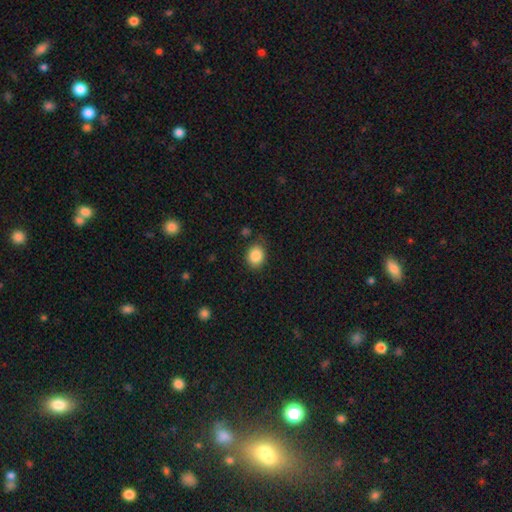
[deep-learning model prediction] Q: Smooth or featured?
A: smooth (86%); runner-up: star or artifact (9%)
Q: How rounded?
A: round (53%); runner-up: in between (46%)
Q: Merging?
A: none (81%); runner-up: minor disturbance (14%)